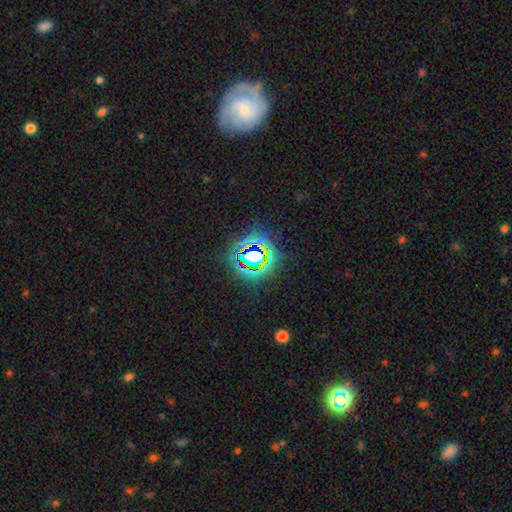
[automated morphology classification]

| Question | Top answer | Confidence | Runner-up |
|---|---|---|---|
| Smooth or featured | star or artifact | 71% | smooth (16%) |